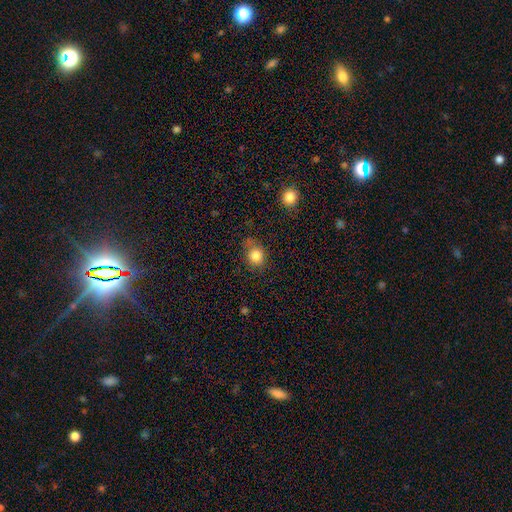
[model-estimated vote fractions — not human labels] Overall: smooth (82%). How rounded: round (60%; in between 39%). Merging: none (62%; minor disturbance 27%).